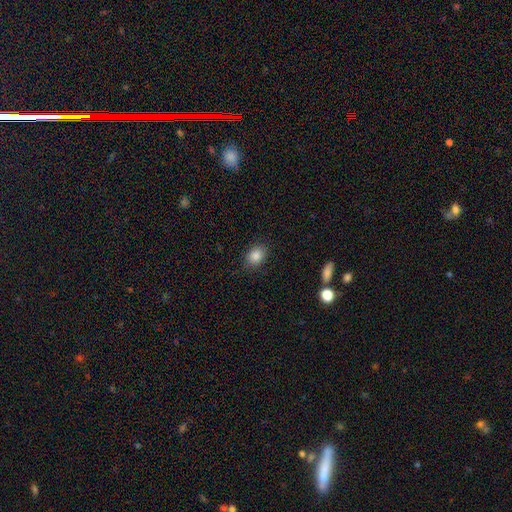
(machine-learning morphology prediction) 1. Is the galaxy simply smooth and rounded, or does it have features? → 86% smooth, 9% star or artifact, 5% featured or disk.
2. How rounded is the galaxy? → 62% in between, 37% round, 1% cigar-shaped.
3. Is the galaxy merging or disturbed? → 85% none, 11% minor disturbance, 3% major disturbance, 1% merger.